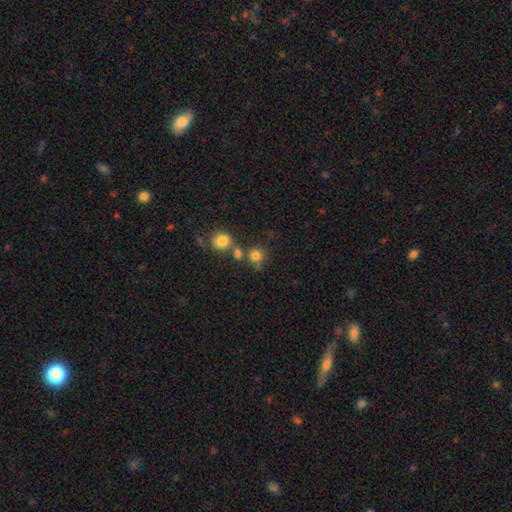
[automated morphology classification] Smooth or featured? Predicted: smooth (p=0.79). How rounded? Predicted: round (p=0.86). Merging? Predicted: none (p=0.59).